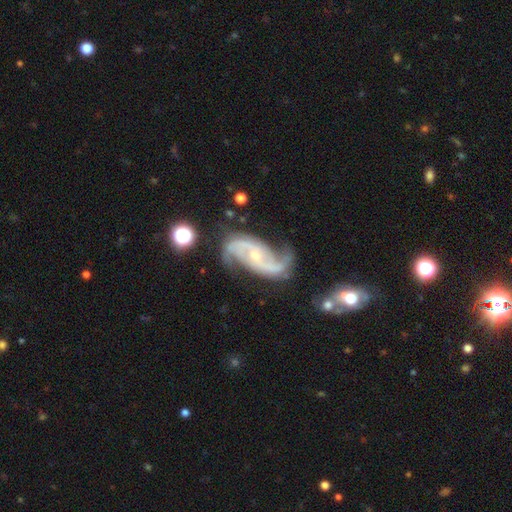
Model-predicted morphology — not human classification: smooth_or_featured: featured or disk (p=0.90) [alt: star or artifact p=0.06]
disk_edge_on: no (p=0.96) [alt: yes p=0.04]
bar: no (p=0.53) [alt: weak p=0.30]
has_spiral_arms: yes (p=0.97) [alt: no p=0.03]
spiral_winding: loose (p=0.49) [alt: medium p=0.39]
spiral_arm_count: 2 (p=0.87) [alt: 3 p=0.04]
bulge_size: small (p=0.68) [alt: moderate p=0.29]
merging: none (p=0.62) [alt: minor disturbance p=0.21]